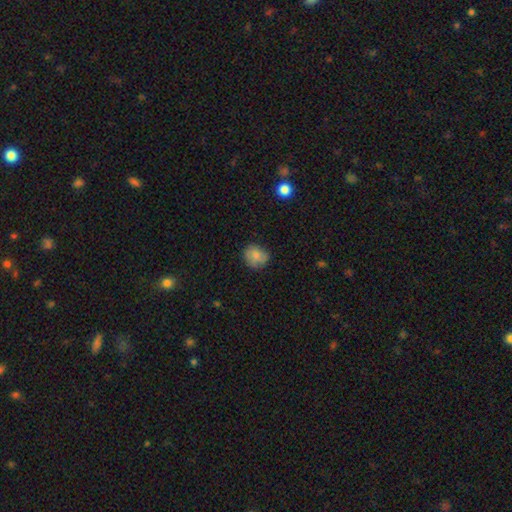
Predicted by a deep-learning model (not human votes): A smooth galaxy with no disk features (82%) that is round (78%).

Vote fractions:
- Smooth or featured? smooth: 82% / featured or disk: 9% / star or artifact: 9%
- How rounded? round: 78% / in between: 21% / cigar-shaped: 1%
- Merging? none: 76% / minor disturbance: 19% / major disturbance: 4% / merger: 1%